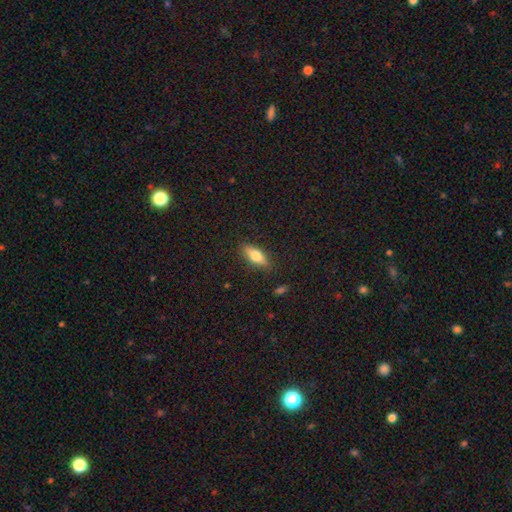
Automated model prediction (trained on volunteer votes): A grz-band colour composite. It shows a smooth galaxy with no disk features (70%) that is in between round and cigar-shaped (67%). Merging: none (86%).